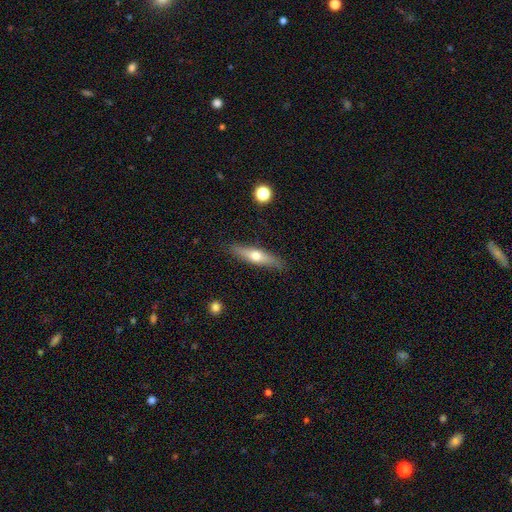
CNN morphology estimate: Smooth or featured: featured or disk — 48% (smooth — 46%)
Merging: none — 86% (minor disturbance — 11%)